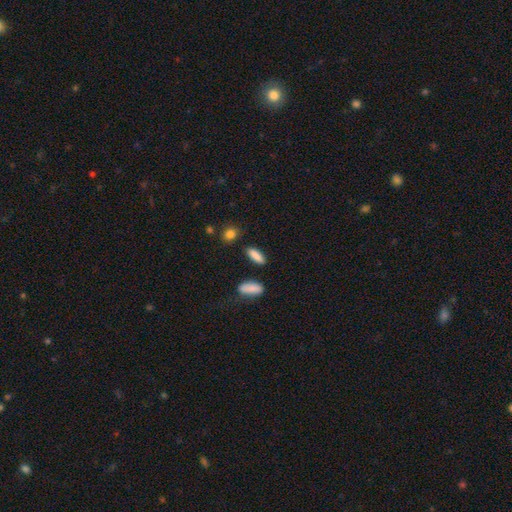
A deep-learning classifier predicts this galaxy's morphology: A smooth galaxy with no disk features (88%) that is in between round and cigar-shaped (59%). Merging: none (85%).